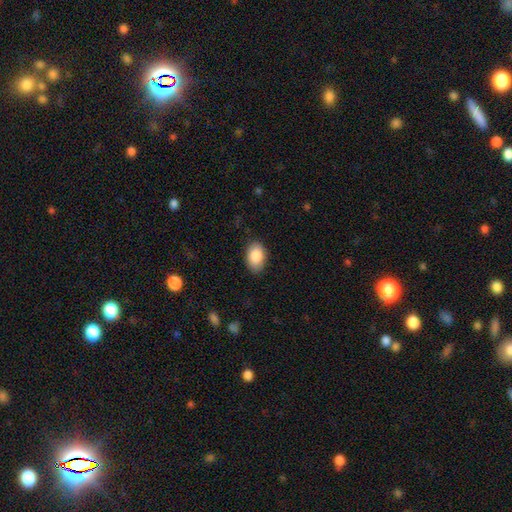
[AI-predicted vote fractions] This appears to be a smooth galaxy with no disk features (87%) that is in between round and cigar-shaped (89%). Merging: none (85%).